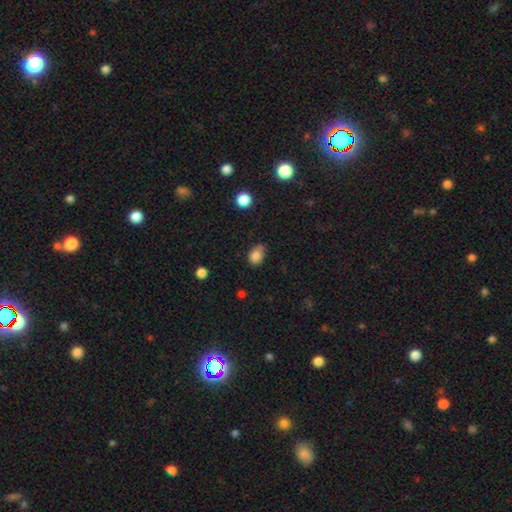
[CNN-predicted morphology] Overall: smooth (84%). How rounded: in between (73%). Merging: none (59%; minor disturbance 32%).